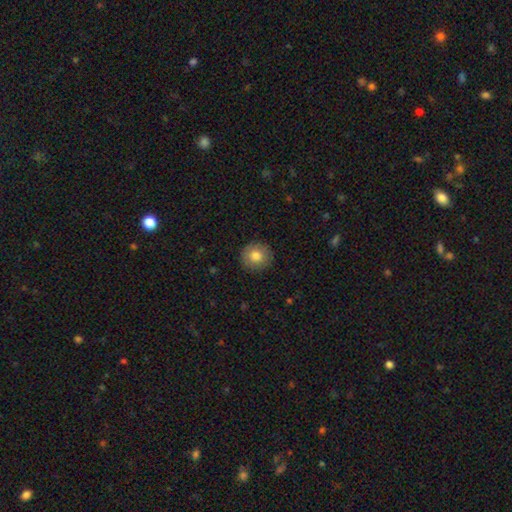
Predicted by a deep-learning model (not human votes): smooth-or-featured: smooth: 81% | featured or disk: 11% | star or artifact: 9%
  how-rounded: round: 93% | in between: 6% | cigar-shaped: 1%
  merging: none: 89% | minor disturbance: 8% | major disturbance: 2% | merger: 1%